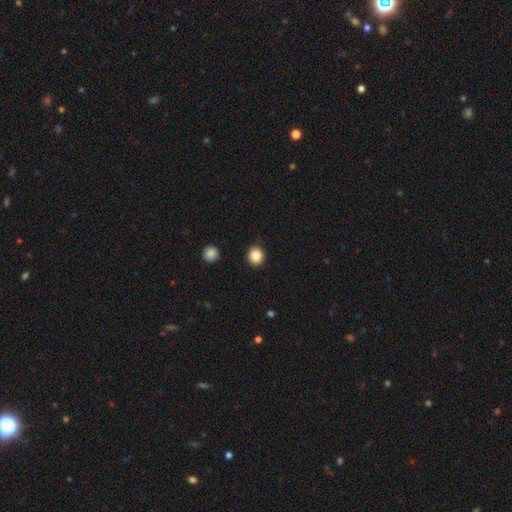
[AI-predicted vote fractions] This is clearly a smooth galaxy (85%). How rounded: clearly round (84%). Merging: clearly none (91%).